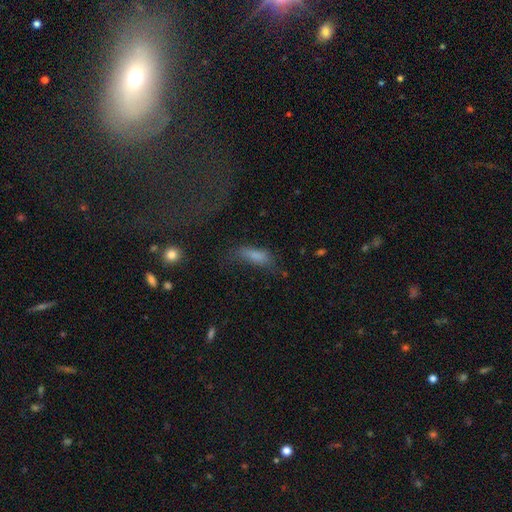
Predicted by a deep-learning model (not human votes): Smooth or featured? Predicted: smooth (p=0.71). How rounded? Predicted: in between (p=0.63). Merging? Predicted: none (p=0.35).